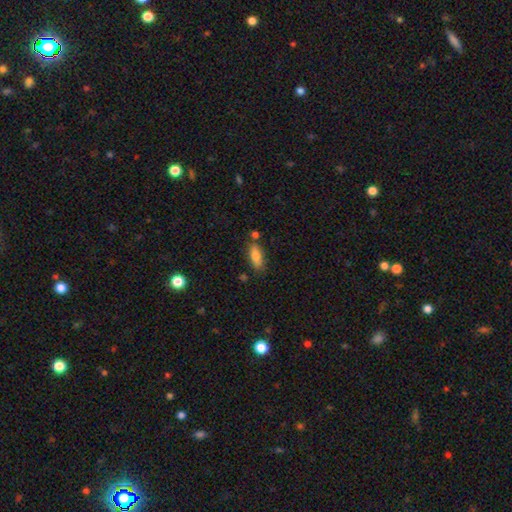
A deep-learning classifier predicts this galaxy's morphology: Q: Smooth or featured?
A: smooth (79%); runner-up: featured or disk (14%)
Q: How rounded?
A: in between (78%); runner-up: cigar-shaped (20%)
Q: Merging?
A: none (71%); runner-up: minor disturbance (16%)